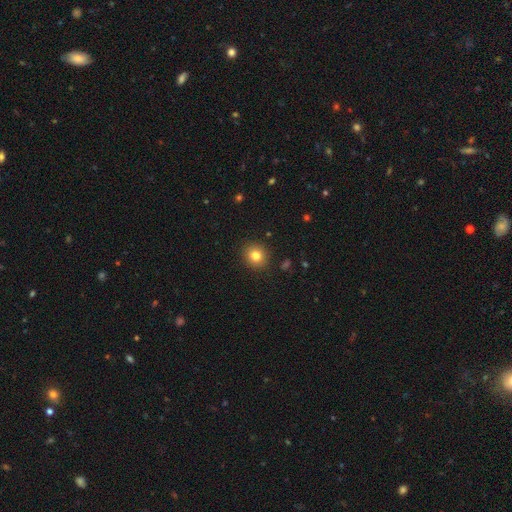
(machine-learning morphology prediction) smooth_or_featured: smooth (p=0.81) [alt: star or artifact p=0.11]
how_rounded: round (p=0.85) [alt: in between p=0.14]
merging: none (p=0.90) [alt: minor disturbance p=0.06]